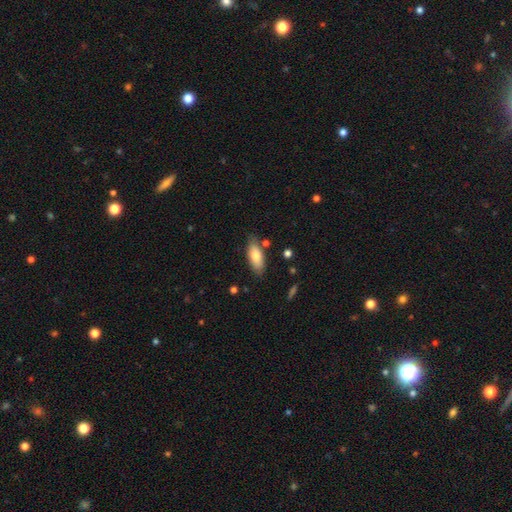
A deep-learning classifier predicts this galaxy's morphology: This is likely a smooth galaxy (76%). How rounded: clearly in between (80%). Merging: likely none (77%).